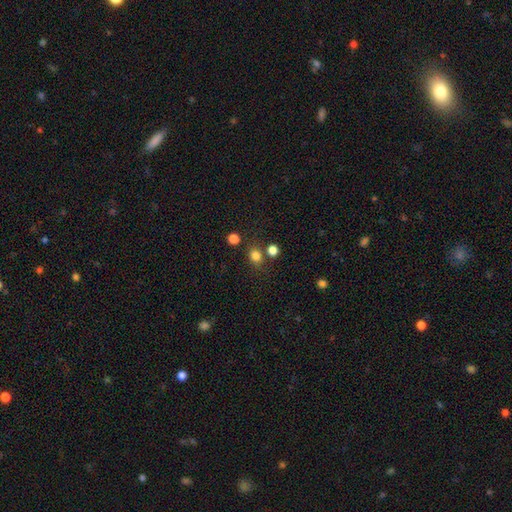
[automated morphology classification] smooth_or_featured: smooth (p=0.80) [alt: star or artifact p=0.14]
how_rounded: round (p=0.66) [alt: in between p=0.33]
merging: none (p=0.72) [alt: merger p=0.12]